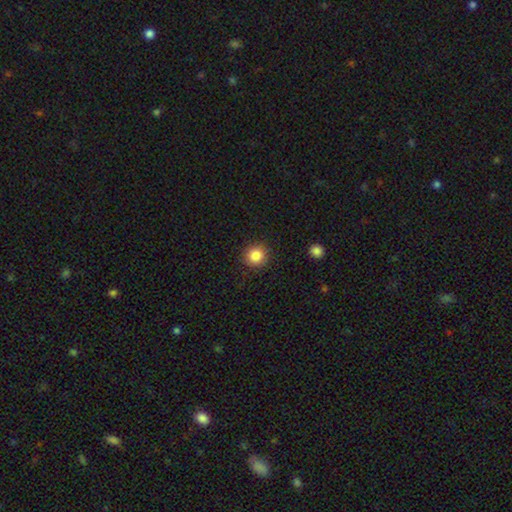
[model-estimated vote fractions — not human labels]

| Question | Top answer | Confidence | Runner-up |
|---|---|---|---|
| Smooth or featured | smooth | 85% | star or artifact (10%) |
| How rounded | round | 93% | in between (6%) |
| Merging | none | 90% | minor disturbance (6%) |